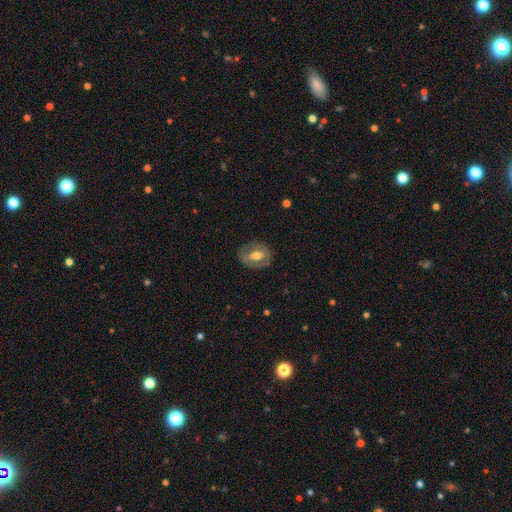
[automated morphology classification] This is possibly a featured or disk galaxy (55%). It is clearly not viewed edge-on (92%). Bar: marginally no (38%). Spiral arm pattern: likely no (70%). Central bulge: likely moderate (70%). Merging: likely none (77%).